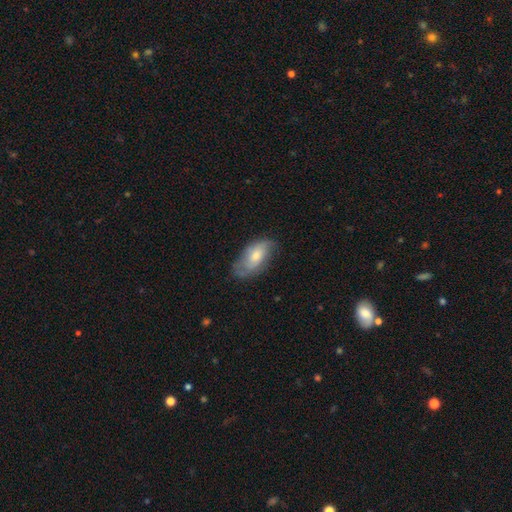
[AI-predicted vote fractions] Q: Smooth or featured?
A: smooth (55%); runner-up: featured or disk (39%)
Q: How rounded?
A: in between (90%); runner-up: cigar-shaped (6%)
Q: Merging?
A: none (64%); runner-up: minor disturbance (27%)